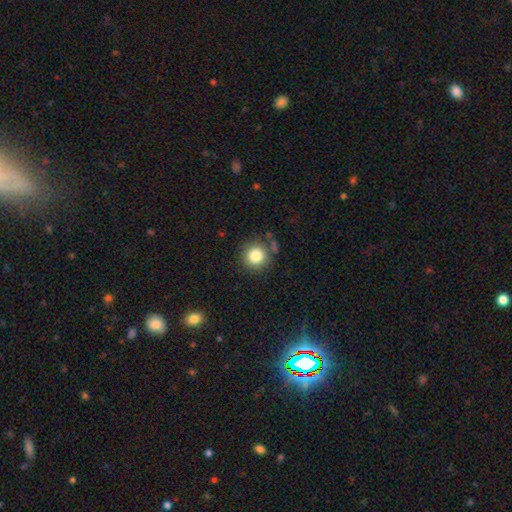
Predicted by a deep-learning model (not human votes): smooth_or_featured: smooth (p=0.82) [alt: star or artifact p=0.11]
how_rounded: round (p=0.93) [alt: in between p=0.06]
merging: none (p=0.80) [alt: minor disturbance p=0.11]